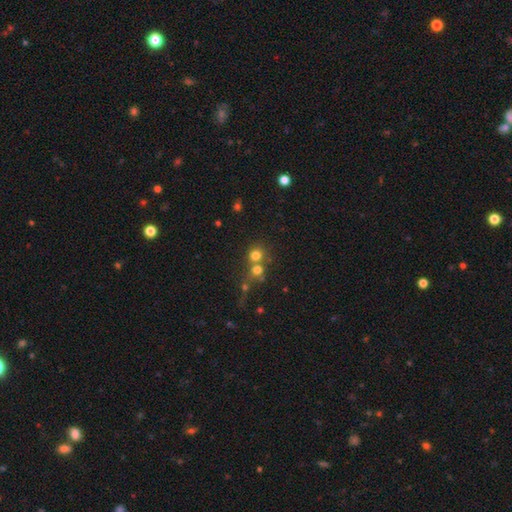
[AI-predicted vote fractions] Smooth or featured? smooth (72%)
How rounded? round (87%)
Merging? none (47%)